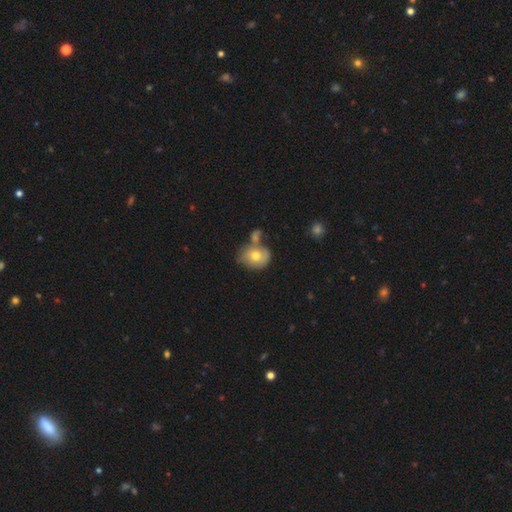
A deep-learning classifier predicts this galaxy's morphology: Overall: smooth (68%). How rounded: round (62%; in between 37%). Merging: none (41%; merger 31%).